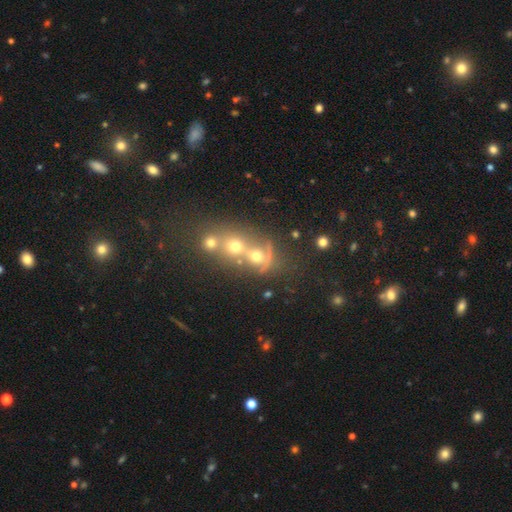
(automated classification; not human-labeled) Smooth or featured? Predicted: smooth (p=0.53). How rounded? Predicted: round (p=0.67). Merging? Predicted: merger (p=0.60).